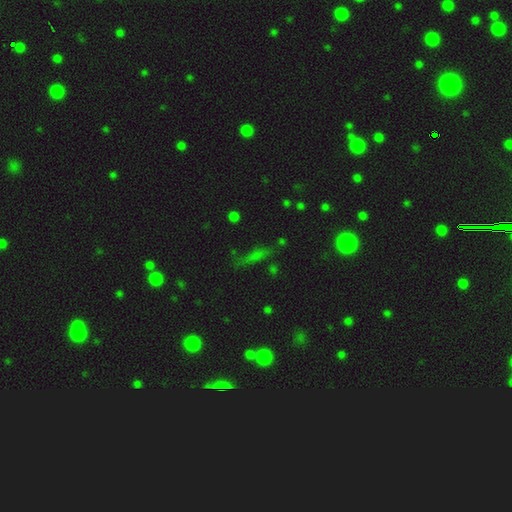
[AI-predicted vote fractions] Overall: smooth (53%; star or artifact 28%). How rounded: cigar-shaped (68%). Merging: none (70%).